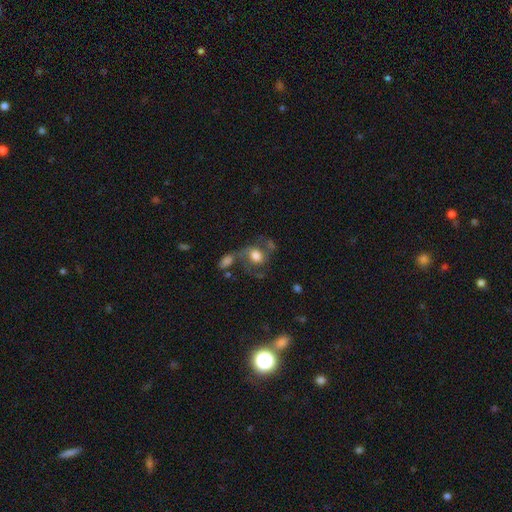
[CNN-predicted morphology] smooth-or-featured: featured or disk: 51% | smooth: 40% | star or artifact: 9%
  disk-edge-on: no: 97% | yes: 3%
  merging: none: 36% | major disturbance: 26% | merger: 19% | minor disturbance: 19%